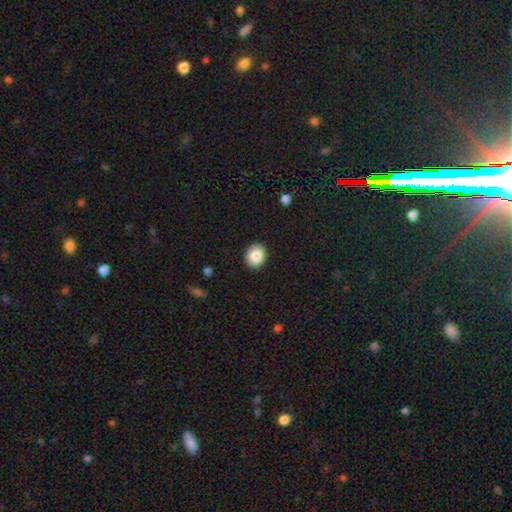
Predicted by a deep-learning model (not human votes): Morphology: type=smooth (86%); roundness=round (58%); merging=none (91%).